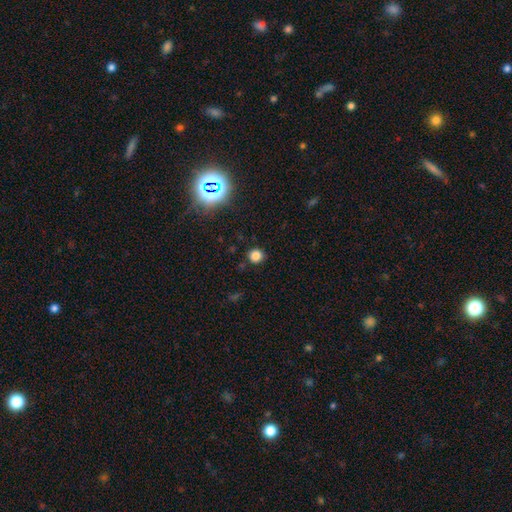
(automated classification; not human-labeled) The model was most divided on "smooth or featured": smooth: 80%, star or artifact: 15%, featured or disk: 5%. More confident: how rounded — round (90%); merging — none (89%).